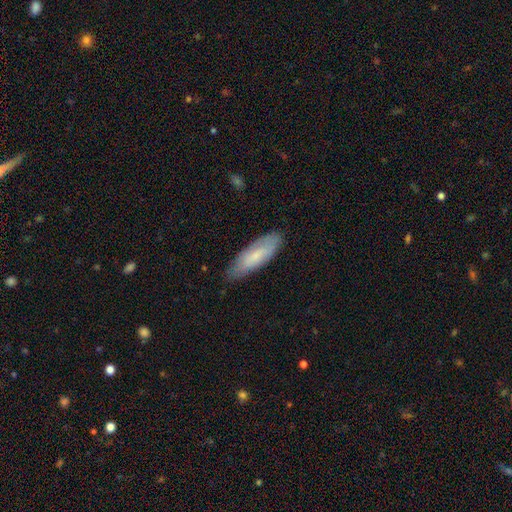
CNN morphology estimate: Smooth or featured? Predicted: smooth (p=0.68). How rounded? Predicted: in between (p=0.57). Merging? Predicted: none (p=0.75).